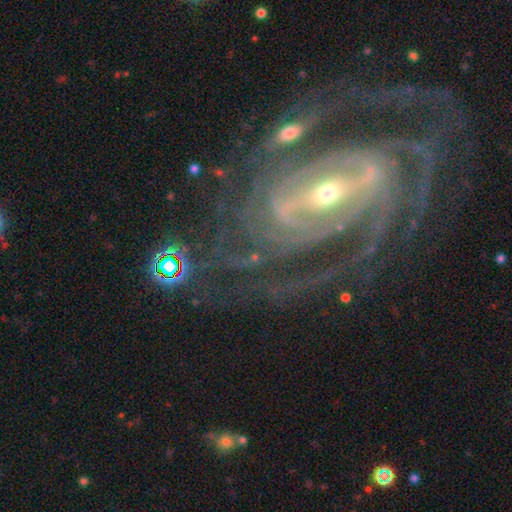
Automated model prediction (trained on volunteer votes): A featured or disk galaxy (91%) with a strong bar (65%), 2 (23%) tight (65%) spiral arms (98%) and a small central bulge (58%). Merging: none (67%).